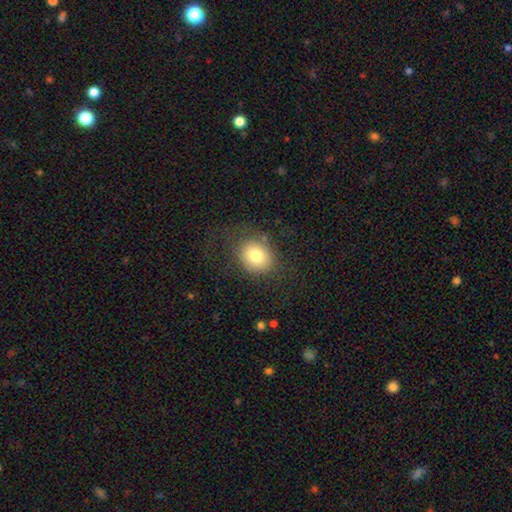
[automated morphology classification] smooth 77%, featured or disk 12%, star or artifact 10%. Down the decision tree: how rounded — round (58%); merging — none (72%).